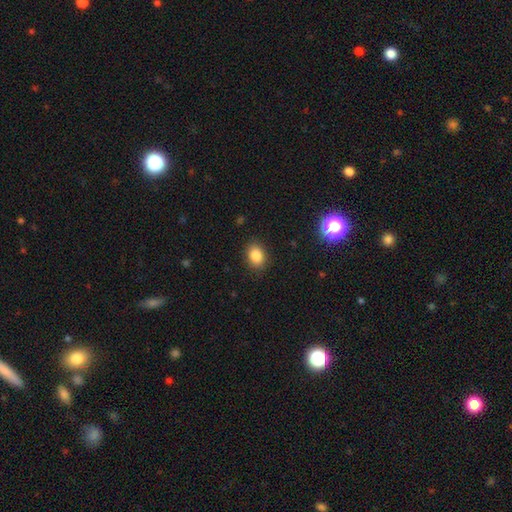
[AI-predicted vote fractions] Smooth or featured? smooth (84%)
How rounded? in between (64%)
Merging? none (87%)